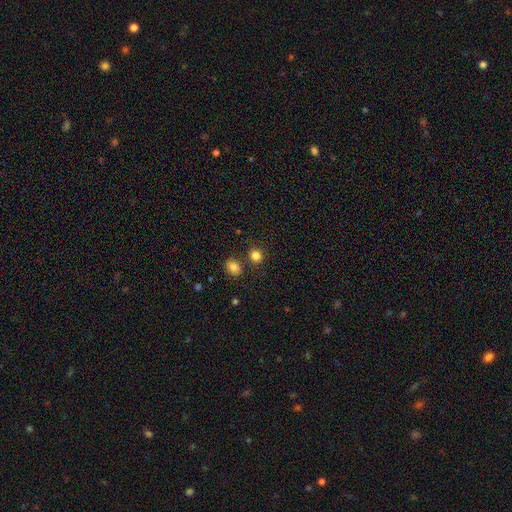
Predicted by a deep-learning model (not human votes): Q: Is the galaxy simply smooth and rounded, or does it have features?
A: smooth — 83%.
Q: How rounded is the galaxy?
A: round — 78%.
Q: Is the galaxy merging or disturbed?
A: none — 78%.